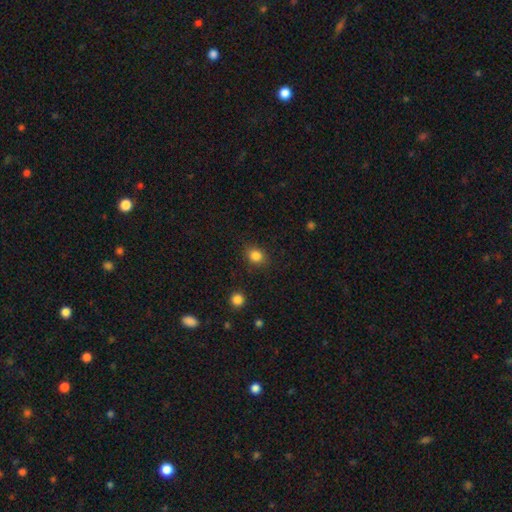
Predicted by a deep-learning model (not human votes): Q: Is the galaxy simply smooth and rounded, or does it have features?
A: smooth — 84%.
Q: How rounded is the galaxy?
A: round — 58%.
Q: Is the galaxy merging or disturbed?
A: none — 84%.